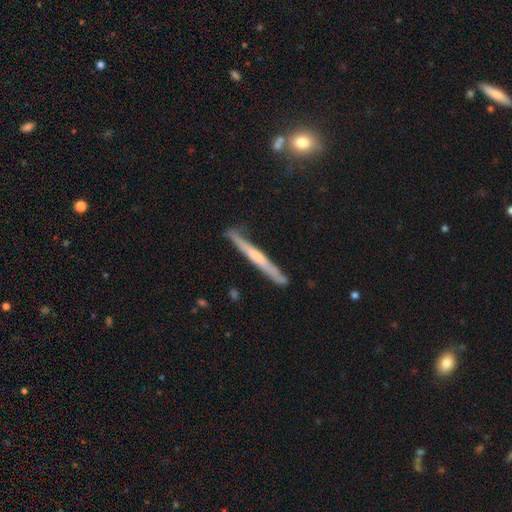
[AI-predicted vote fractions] Smooth or featured? featured or disk (60%)
Edge-on disk? yes (95%)
Edge-on bulge? none (53%)
Merging? none (83%)